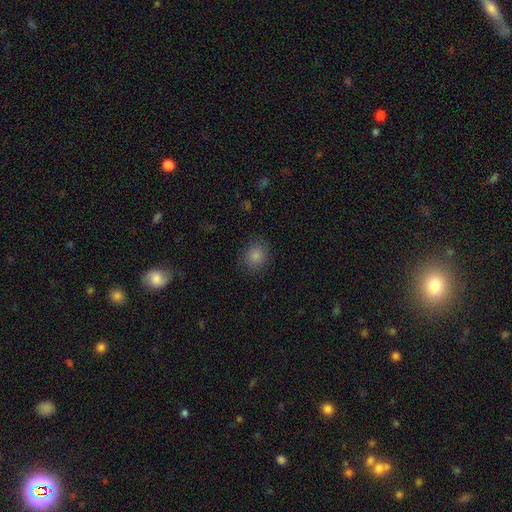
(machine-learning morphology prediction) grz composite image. It shows a smooth galaxy with no disk features (85%) that is round (74%). Merging: none (86%).